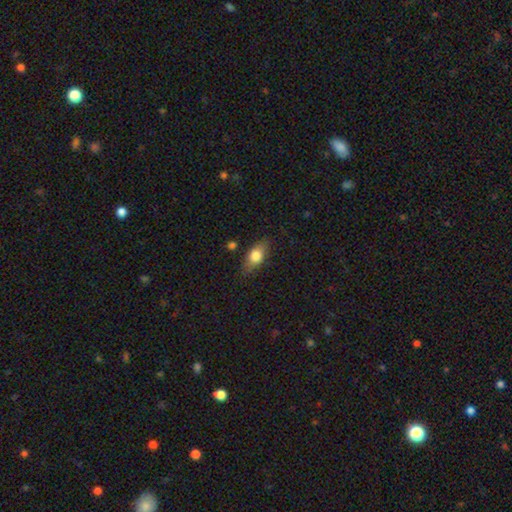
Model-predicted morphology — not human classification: smooth_or_featured: smooth (p=0.73) [alt: featured or disk p=0.19]
how_rounded: in between (p=0.79) [alt: cigar-shaped p=0.11]
merging: none (p=0.77) [alt: minor disturbance p=0.17]